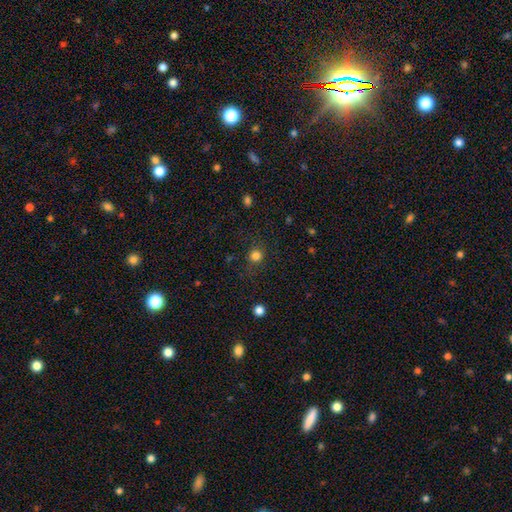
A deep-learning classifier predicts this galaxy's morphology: Overall: smooth (81%). How rounded: round (90%). Merging: none (84%).